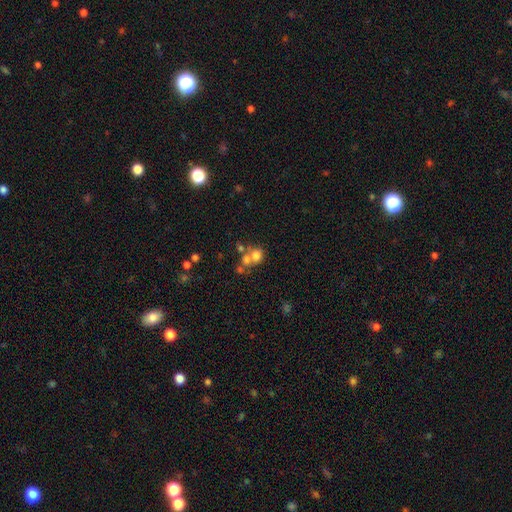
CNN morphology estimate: Smooth or featured: smooth — 69% (featured or disk — 17%)
How rounded: round — 78% (in between — 21%)
Merging: merger — 46% (none — 40%)